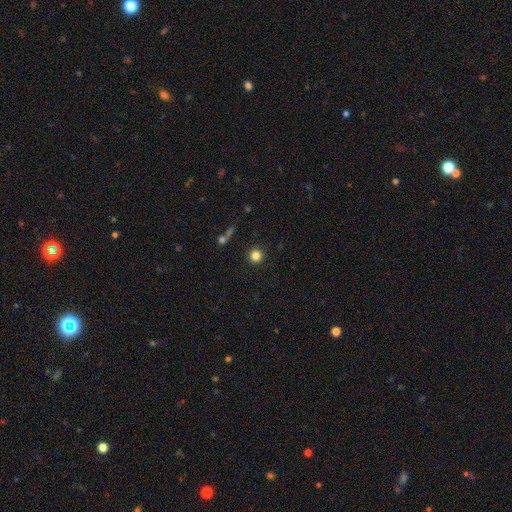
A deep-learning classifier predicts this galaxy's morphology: This is clearly a smooth galaxy (82%). How rounded: clearly round (95%). Merging: clearly none (91%).